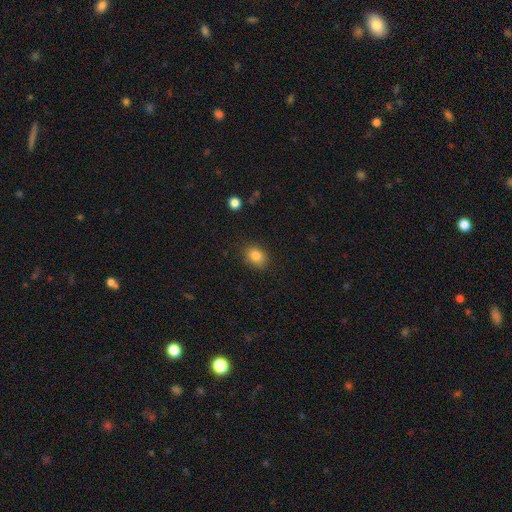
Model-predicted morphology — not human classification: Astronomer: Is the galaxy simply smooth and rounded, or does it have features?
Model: smooth — 84%.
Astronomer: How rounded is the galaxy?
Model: in between — 57% (runner-up: round, 42%).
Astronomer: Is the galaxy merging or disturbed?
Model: none — 83%.